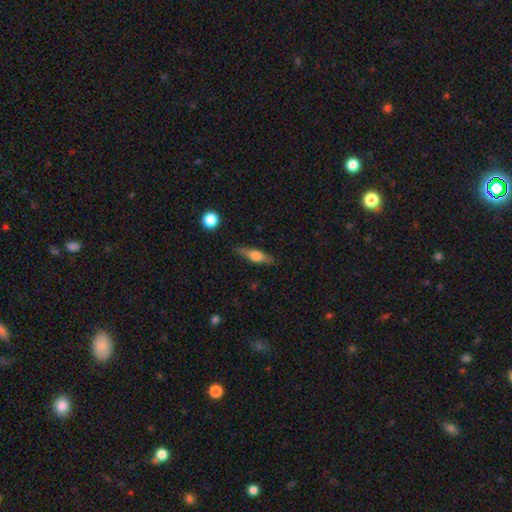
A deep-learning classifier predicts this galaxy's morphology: smooth_or_featured: smooth (p=0.50) [alt: featured or disk p=0.43]
merging: none (p=0.81) [alt: minor disturbance p=0.14]